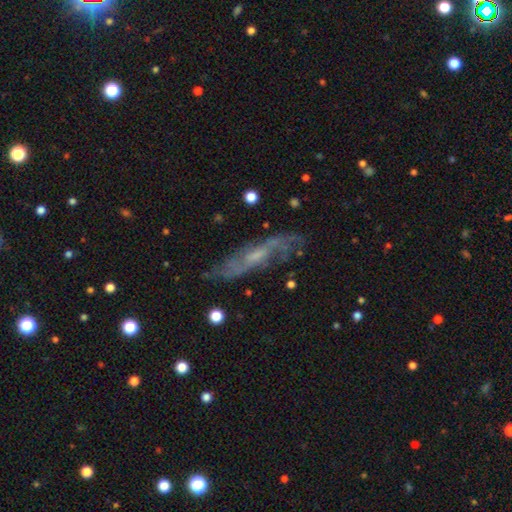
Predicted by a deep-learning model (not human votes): Smooth or featured: featured or disk — 74% (smooth — 18%)
Edge-on disk: no — 66% (yes — 34%)
Merging: none — 70% (minor disturbance — 19%)